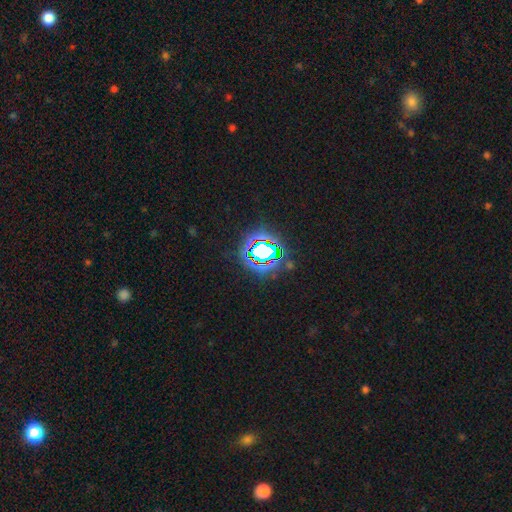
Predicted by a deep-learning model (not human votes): This appears to be a star or artifact, not a galaxy (68%).